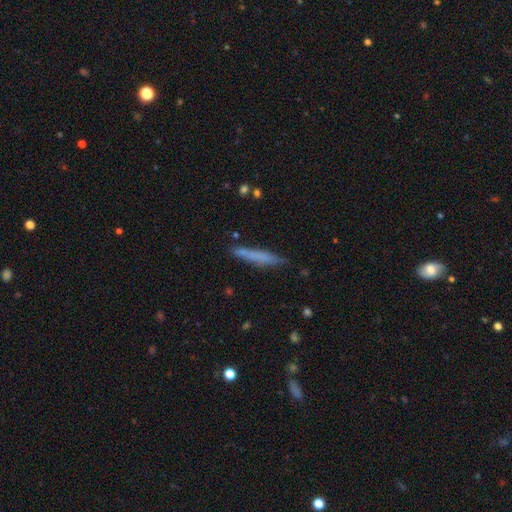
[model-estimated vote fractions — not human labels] Smooth or featured?
  - smooth: 68% *
  - featured or disk: 25%
  - star or artifact: 7%
How rounded?
  - cigar-shaped: 94% *
  - in between: 4%
  - round: 1%
Merging?
  - none: 83% *
  - minor disturbance: 12%
  - major disturbance: 2%
  - merger: 2%